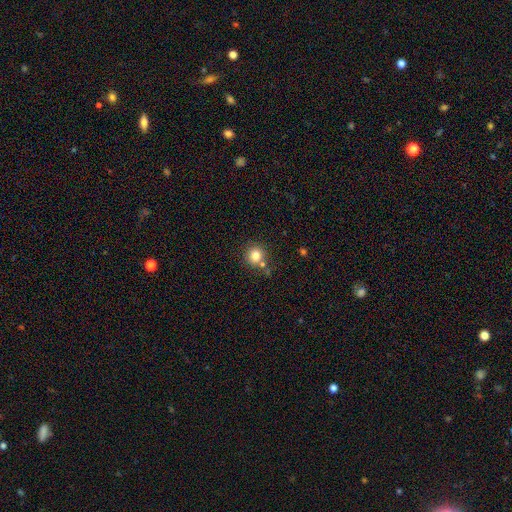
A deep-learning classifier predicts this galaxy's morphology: Q: Smooth or featured?
A: smooth (82%); runner-up: star or artifact (11%)
Q: How rounded?
A: round (90%); runner-up: in between (9%)
Q: Merging?
A: none (71%); runner-up: merger (13%)